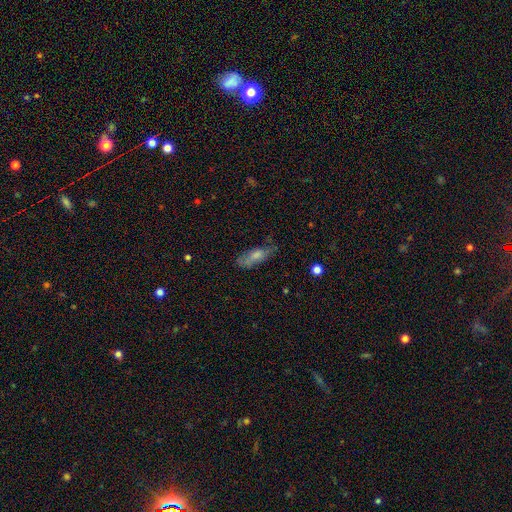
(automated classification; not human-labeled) smooth 68%, featured or disk 24%, star or artifact 9%. Down the decision tree: how rounded — in between (67%); merging — none (46%).